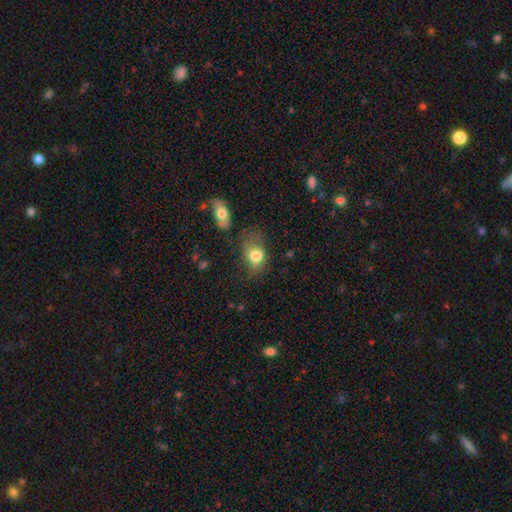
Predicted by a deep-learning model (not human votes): A smooth galaxy with no disk features (78%) that is in between round and cigar-shaped (72%).

Vote fractions:
- Smooth or featured? smooth: 78% / featured or disk: 13% / star or artifact: 9%
- How rounded? in between: 72% / round: 27% / cigar-shaped: 2%
- Merging? none: 41% / minor disturbance: 30% / major disturbance: 21% / merger: 8%